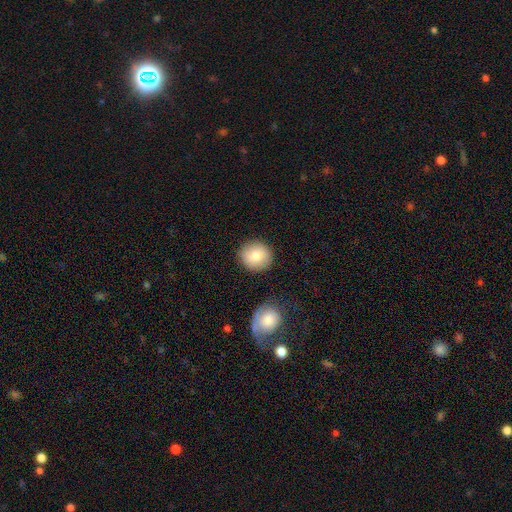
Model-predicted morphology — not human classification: smooth 80%, featured or disk 12%, star or artifact 8%. Down the decision tree: how rounded — round (89%); merging — none (86%).